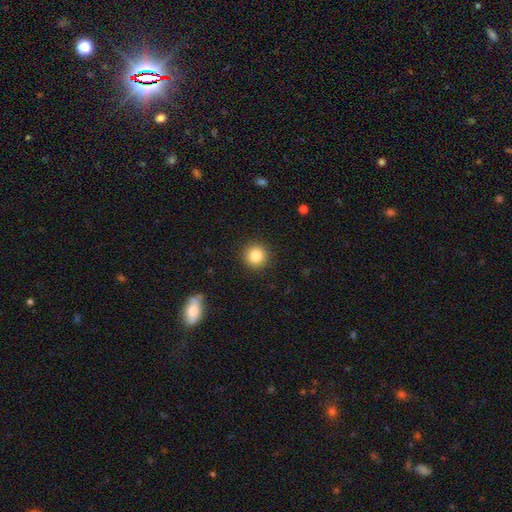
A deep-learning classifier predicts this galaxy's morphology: smooth-or-featured: smooth: 84% | star or artifact: 10% | featured or disk: 6%
  how-rounded: round: 95% | in between: 4% | cigar-shaped: 1%
  merging: none: 92% | minor disturbance: 5% | major disturbance: 2% | merger: 1%